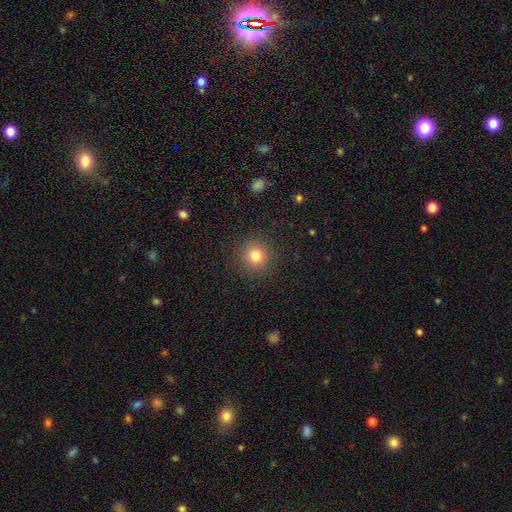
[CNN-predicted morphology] Overall: smooth (81%). How rounded: round (92%). Merging: none (90%).